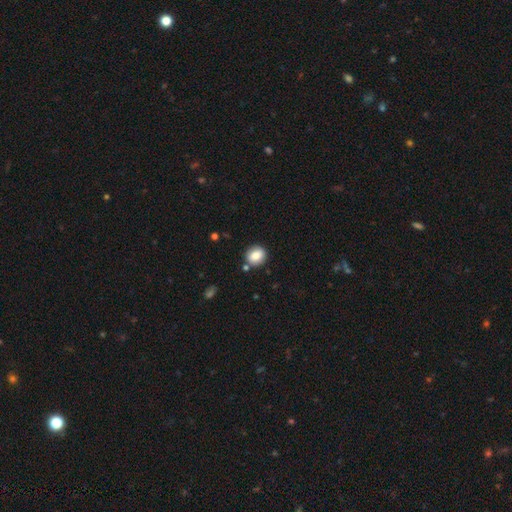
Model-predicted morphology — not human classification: A smooth galaxy with no disk features (84%) that is round (74%). Merging: none (83%).